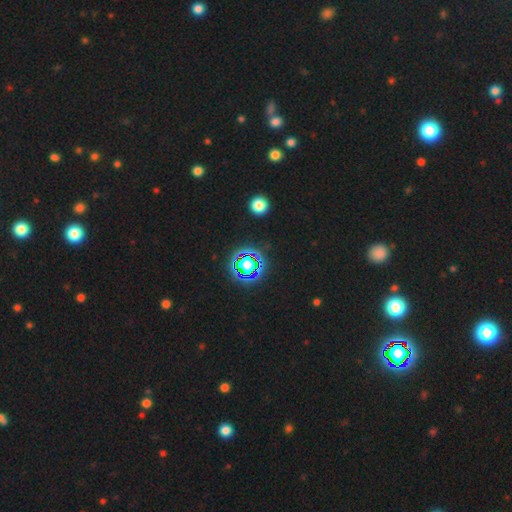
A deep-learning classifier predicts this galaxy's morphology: The model was most divided on "smooth or featured": star or artifact: 79%, smooth: 14%, featured or disk: 7%.